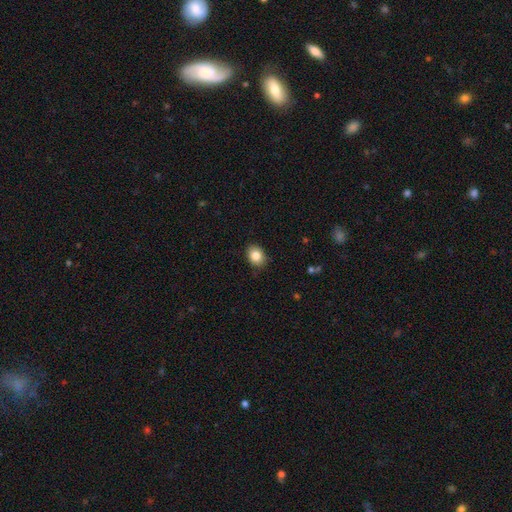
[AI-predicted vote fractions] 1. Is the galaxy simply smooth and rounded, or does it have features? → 85% smooth, 9% star or artifact, 7% featured or disk.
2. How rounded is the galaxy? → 62% in between, 37% round, 1% cigar-shaped.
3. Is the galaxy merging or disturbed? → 88% none, 10% minor disturbance, 2% major disturbance, 1% merger.